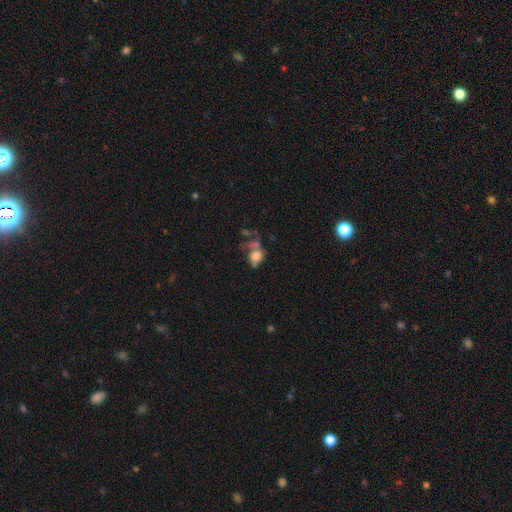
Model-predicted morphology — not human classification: The model was most divided on "merging": major disturbance: 31%, merger: 29%, none: 24%, minor disturbance: 15%. More confident: smooth or featured — smooth (57%); how rounded — in between (52%).